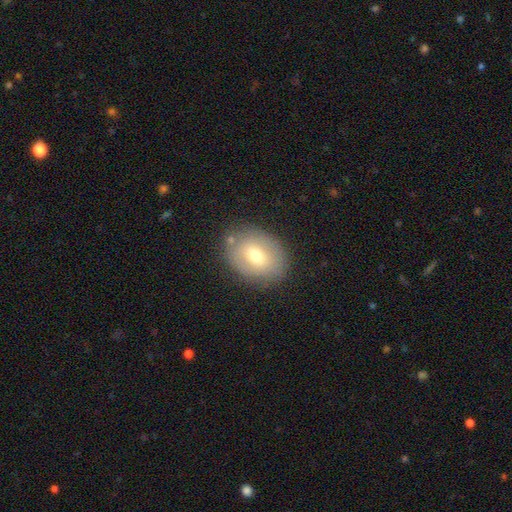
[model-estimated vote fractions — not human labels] smooth 63%, featured or disk 28%, star or artifact 9%. Down the decision tree: how rounded — in between (69%); merging — none (81%).